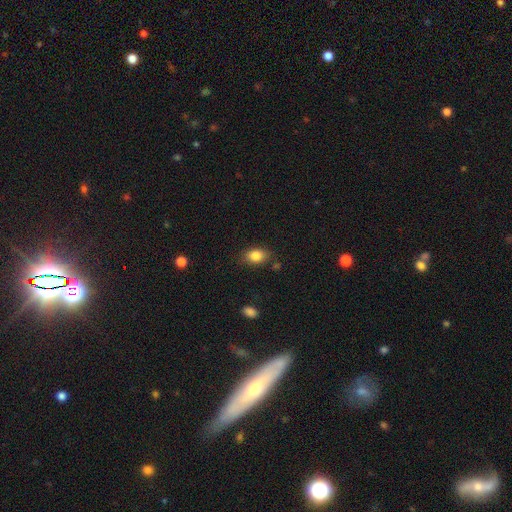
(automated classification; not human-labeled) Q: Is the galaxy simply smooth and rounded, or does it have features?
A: smooth — 84%.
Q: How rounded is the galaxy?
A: in between — 80%.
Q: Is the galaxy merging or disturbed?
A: none — 80%.